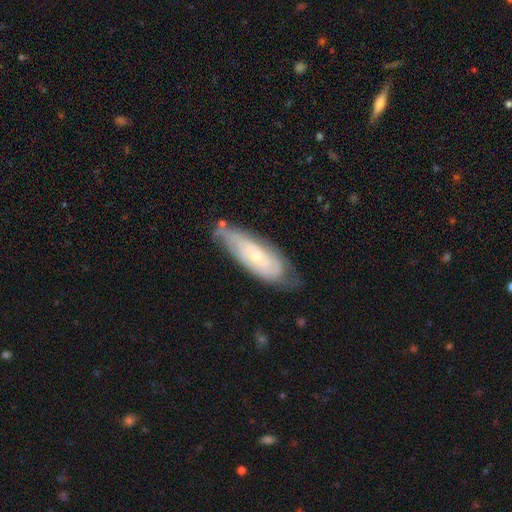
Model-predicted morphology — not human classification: featured or disk 68%, smooth 25%, star or artifact 6%. Down the decision tree: edge-on disk — no (84%); bar — no (66%); spiral arms — yes (86%); bulge size — small (63%); merging — none (62%).